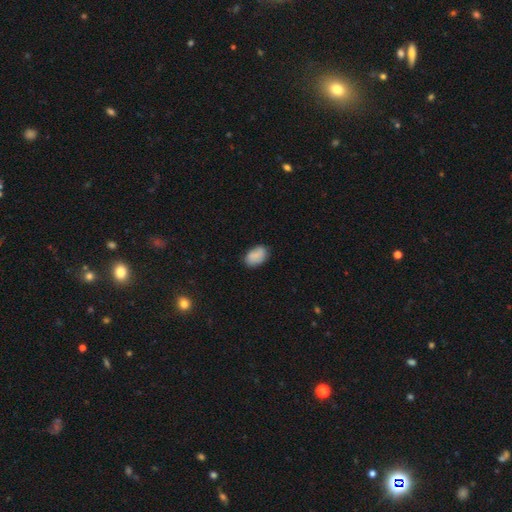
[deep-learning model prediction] Smooth or featured?
  - smooth: 82% *
  - featured or disk: 10%
  - star or artifact: 8%
How rounded?
  - in between: 88% *
  - round: 11%
  - cigar-shaped: 1%
Merging?
  - none: 76% *
  - minor disturbance: 18%
  - major disturbance: 4%
  - merger: 2%